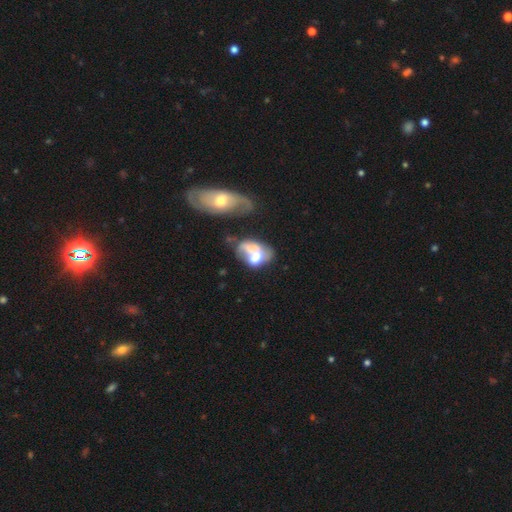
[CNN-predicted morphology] The model was most divided on "smooth or featured": smooth: 49%, featured or disk: 41%, star or artifact: 10%. More confident: merging — merger (51%).